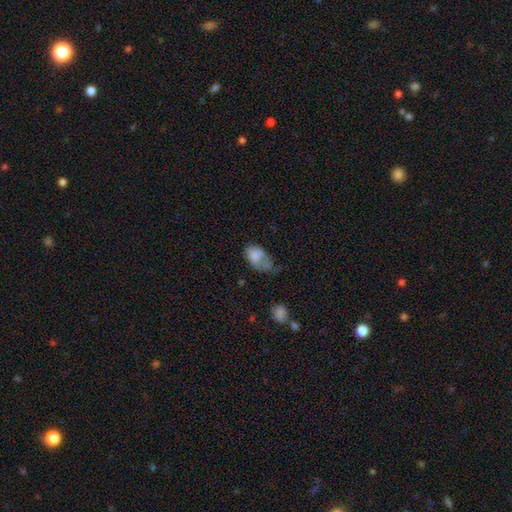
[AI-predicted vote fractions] Morphology: type=smooth (74%); roundness=in between (88%); merging=major disturbance (38%).